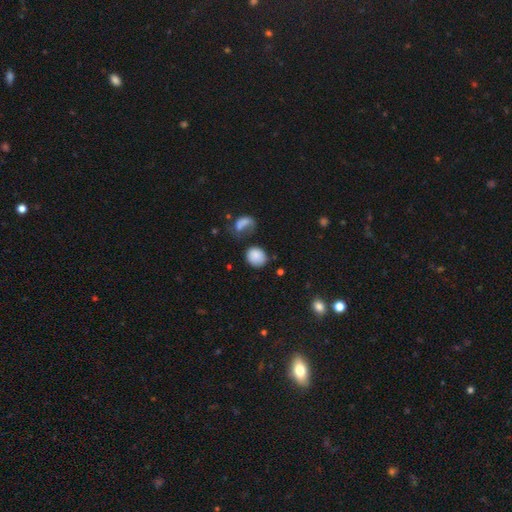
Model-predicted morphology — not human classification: The model was most divided on "how rounded": round: 71%, in between: 28%, cigar-shaped: 1%. More confident: smooth or featured — smooth (85%); merging — none (63%).